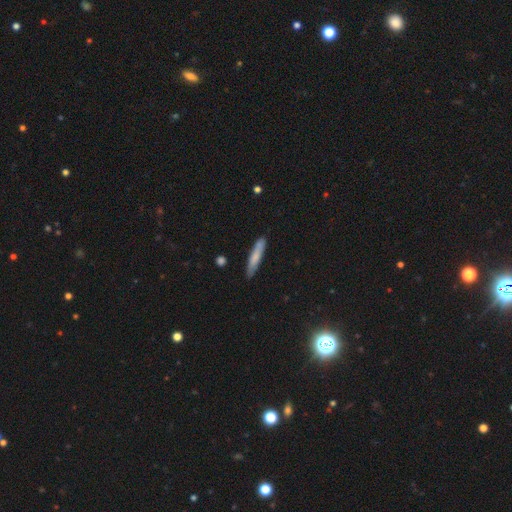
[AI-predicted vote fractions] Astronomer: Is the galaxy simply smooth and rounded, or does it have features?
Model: smooth — 71%.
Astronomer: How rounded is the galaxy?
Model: cigar-shaped — 91%.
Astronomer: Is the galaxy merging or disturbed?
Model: none — 84%.